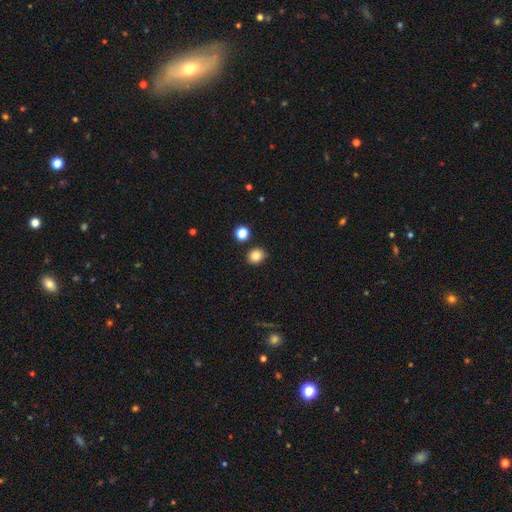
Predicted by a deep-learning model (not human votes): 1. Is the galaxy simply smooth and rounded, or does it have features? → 82% smooth, 12% star or artifact, 6% featured or disk.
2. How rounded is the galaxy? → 75% round, 24% in between, 1% cigar-shaped.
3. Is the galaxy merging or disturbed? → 87% none, 7% minor disturbance, 4% merger, 2% major disturbance.